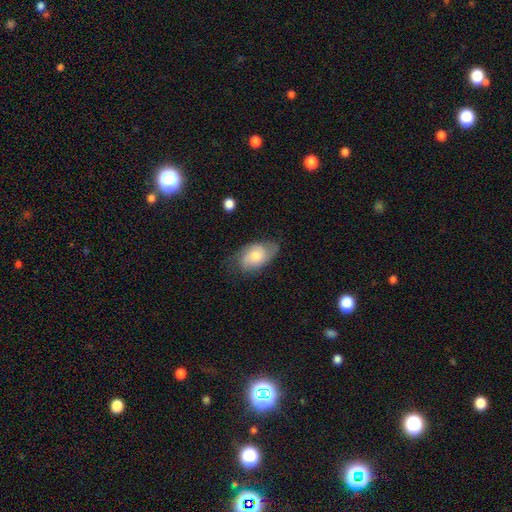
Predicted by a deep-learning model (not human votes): Smooth or featured? smooth (48%)
Merging? none (60%)